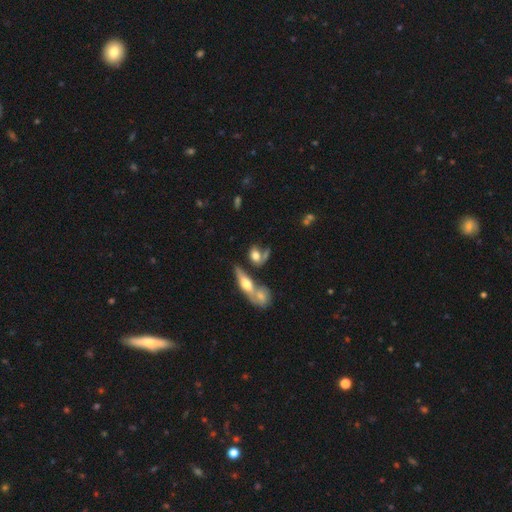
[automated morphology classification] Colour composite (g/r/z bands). It shows a smooth galaxy with no disk features (53%) that is in between round and cigar-shaped (60%). Merging: none (37%).